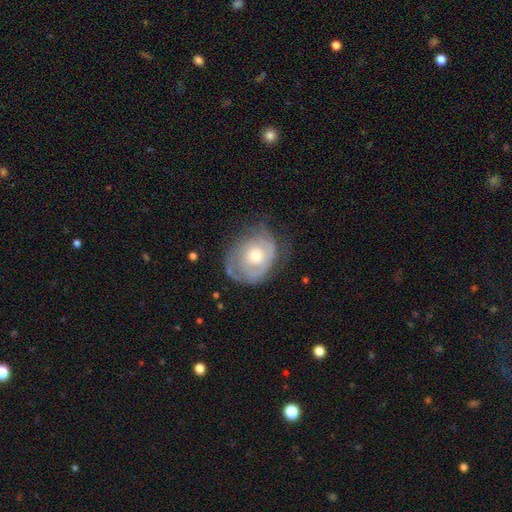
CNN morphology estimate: A featured or disk galaxy (71%) with no bar (81%), tight (68%) spiral arms (78%) and a moderate central bulge (65%).

Vote fractions:
- Smooth or featured? featured or disk: 71% / smooth: 23% / star or artifact: 6%
- Edge-on disk? no: 96% / yes: 4%
- Bar? no: 81% / weak: 16% / strong: 3%
- Spiral arms? yes: 78% / no: 22%
- Spiral winding? tight: 68% / medium: 23% / loose: 9%
- Spiral arm count? can't tell: 43% / 2: 25% / 1: 18% / 3: 8% / 4: 3% / more than 4: 3%
- Bulge size? moderate: 65% / small: 26% / large: 7% / none: 1% / dominant: 1%
- Merging? none: 58% / minor disturbance: 26% / major disturbance: 14% / merger: 2%